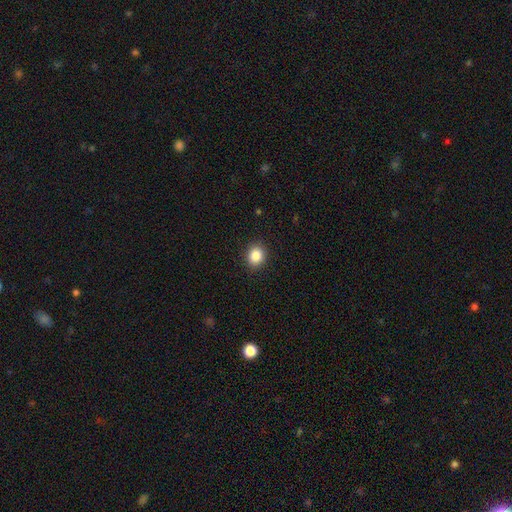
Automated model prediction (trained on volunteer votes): This appears to be a smooth galaxy with no disk features (86%) that is round (64%). Merging: none (90%).